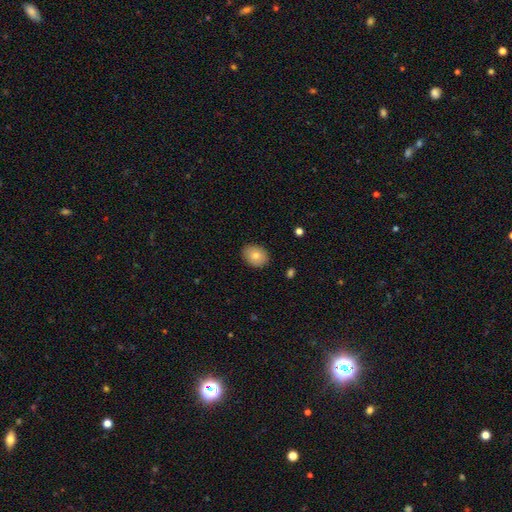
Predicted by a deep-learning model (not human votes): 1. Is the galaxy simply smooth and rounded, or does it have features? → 80% smooth, 12% featured or disk, 8% star or artifact.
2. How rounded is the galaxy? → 50% in between, 49% round, 1% cigar-shaped.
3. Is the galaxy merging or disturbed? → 87% none, 10% minor disturbance, 2% major disturbance, 1% merger.